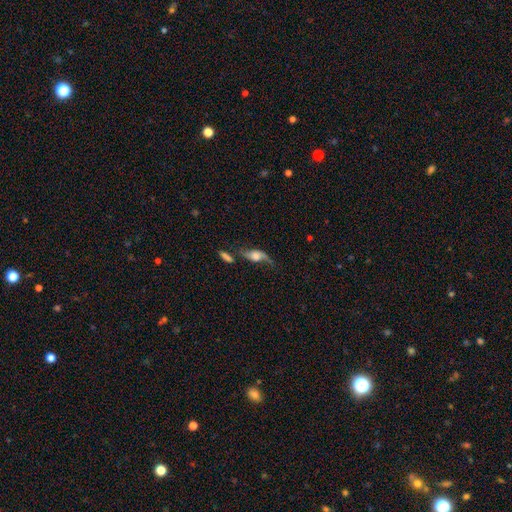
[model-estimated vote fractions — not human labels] Smooth or featured? Predicted: featured or disk (p=0.67). Edge-on disk? Predicted: no (p=0.80). Bar? Predicted: no (p=0.65). Spiral arms? Predicted: yes (p=0.89). Bulge size? Predicted: large (p=0.36). Merging? Predicted: none (p=0.46).